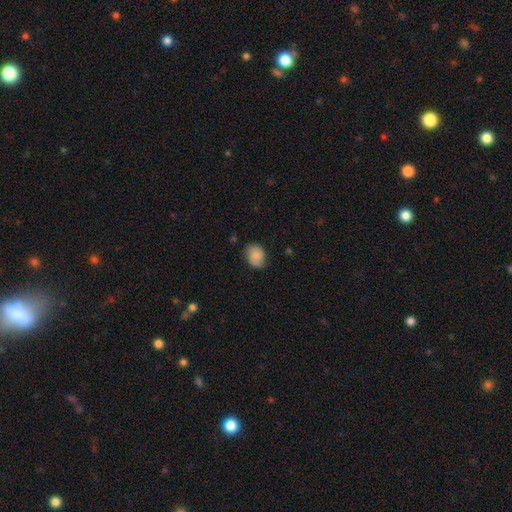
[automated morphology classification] smooth-or-featured: smooth: 77% | featured or disk: 15% | star or artifact: 8%
  how-rounded: in between: 51% | round: 48% | cigar-shaped: 1%
  merging: none: 71% | minor disturbance: 23% | major disturbance: 5% | merger: 1%